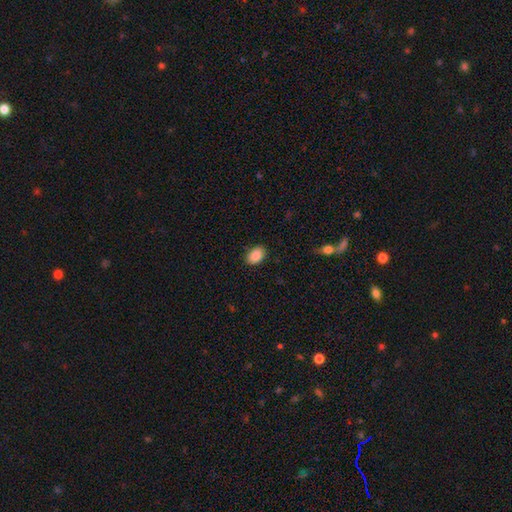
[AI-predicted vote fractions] smooth_or_featured: smooth (p=0.88) [alt: star or artifact p=0.07]
how_rounded: in between (p=0.84) [alt: round p=0.14]
merging: none (p=0.85) [alt: minor disturbance p=0.11]